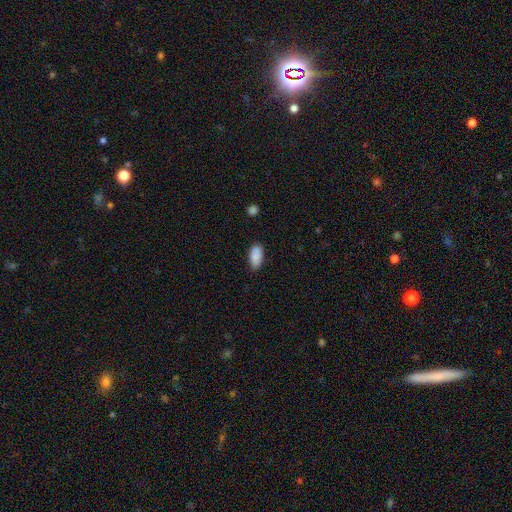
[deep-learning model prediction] This appears to be a smooth galaxy with no disk features (89%) that is in between round and cigar-shaped (93%). Merging: none (80%).